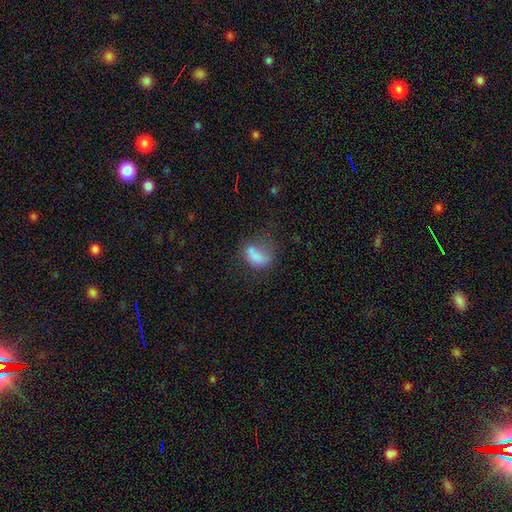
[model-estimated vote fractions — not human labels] Morphology: type=smooth (74%); roundness=in between (83%); merging=major disturbance (36%).